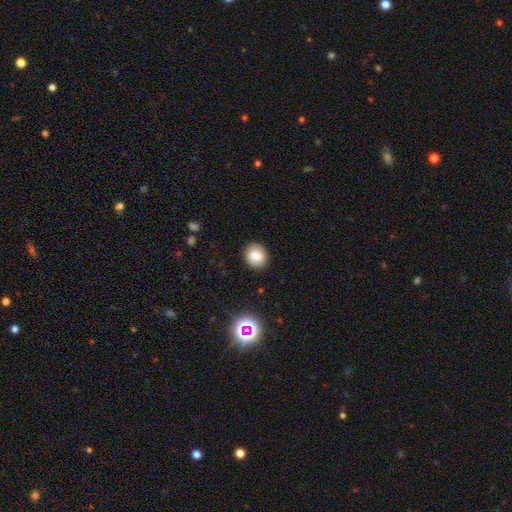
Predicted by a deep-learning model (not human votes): Smooth or featured: smooth — 78% (star or artifact — 11%)
How rounded: round — 64% (in between — 36%)
Merging: none — 89% (minor disturbance — 8%)